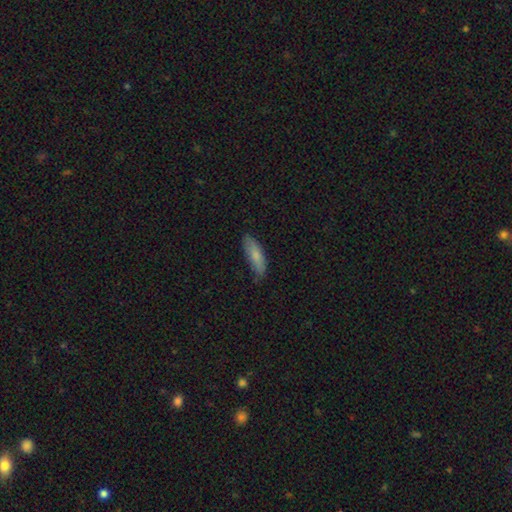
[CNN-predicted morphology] smooth 78%, featured or disk 16%, star or artifact 6%. Down the decision tree: how rounded — in between (51%); merging — none (75%).